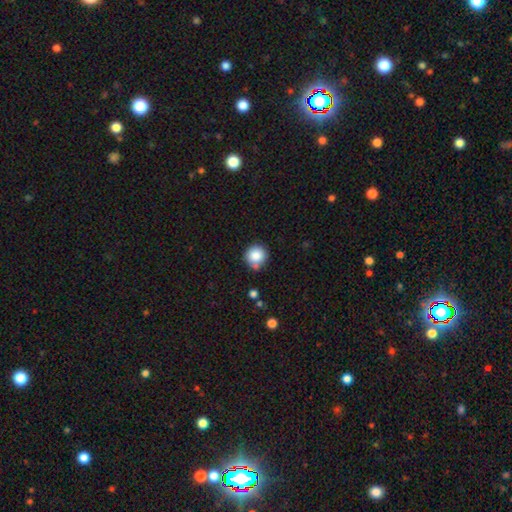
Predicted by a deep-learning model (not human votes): smooth-or-featured: smooth: 85% | star or artifact: 9% | featured or disk: 5%
  how-rounded: round: 94% | in between: 5% | cigar-shaped: 1%
  merging: none: 74% | minor disturbance: 14% | merger: 9% | major disturbance: 3%